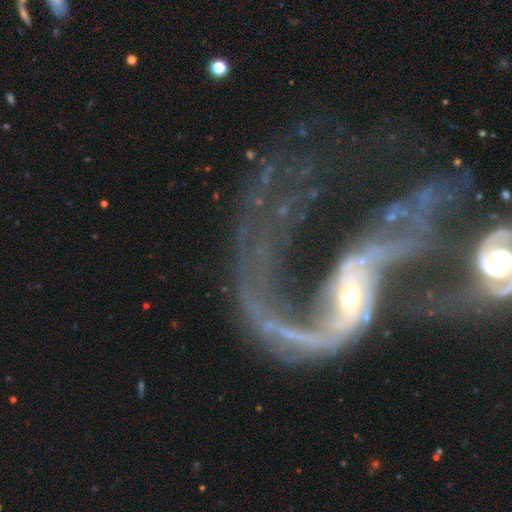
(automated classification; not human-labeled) Smooth or featured: featured or disk — 86% (star or artifact — 8%)
Edge-on disk: no — 95% (yes — 5%)
Bar: weak — 35% (no — 34%)
Spiral arms: yes — 87% (no — 13%)
Spiral winding: loose — 85% (medium — 11%)
Spiral arm count: 2 — 75% (1 — 13%)
Bulge size: small — 48% (moderate — 43%)
Merging: major disturbance — 45% (none — 22%)